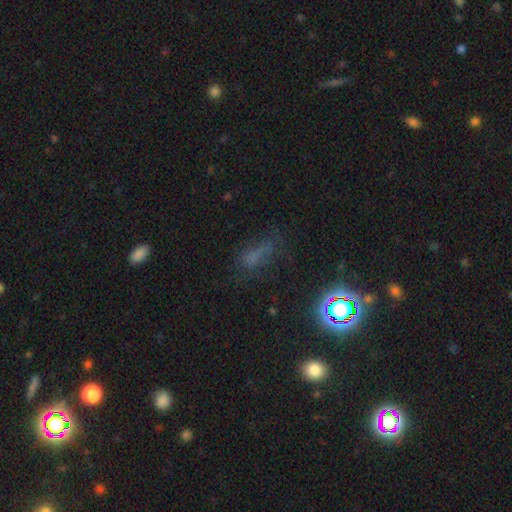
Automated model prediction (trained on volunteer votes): Smooth or featured: smooth — 44% (star or artifact — 37%)
Merging: none — 51% (minor disturbance — 23%)